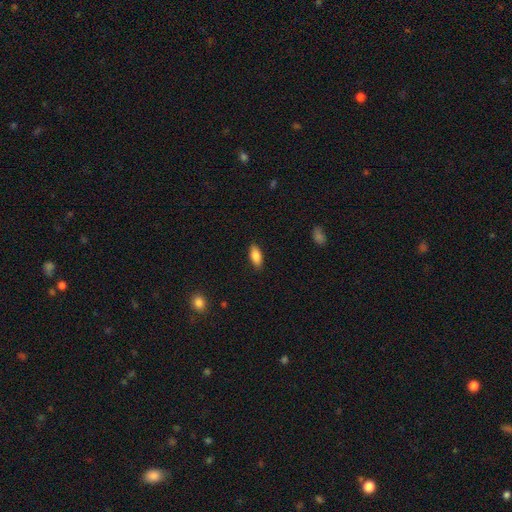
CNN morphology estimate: Smooth or featured? smooth (83%)
How rounded? in between (83%)
Merging? none (87%)